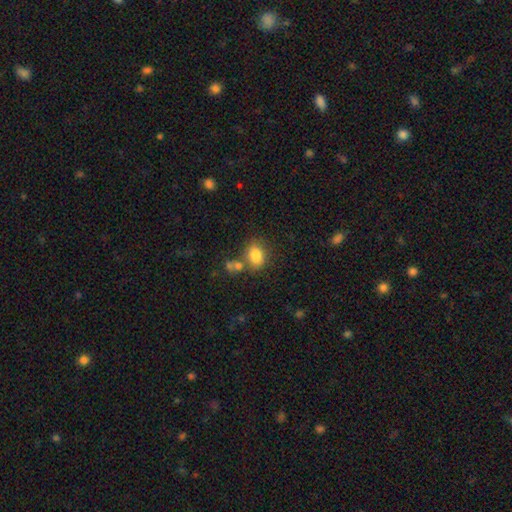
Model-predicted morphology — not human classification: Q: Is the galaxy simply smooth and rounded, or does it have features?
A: smooth — 82%.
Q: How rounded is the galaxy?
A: in between — 67%.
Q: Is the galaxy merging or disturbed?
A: none — 63%.